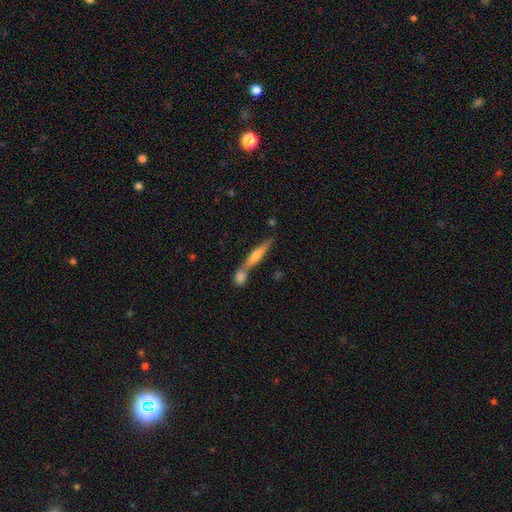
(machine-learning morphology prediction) The model was most divided on "smooth or featured": featured or disk: 54%, smooth: 39%, star or artifact: 7%. More confident: edge-on disk — yes (93%); edge-on bulge — rounded (73%); merging — none (54%).